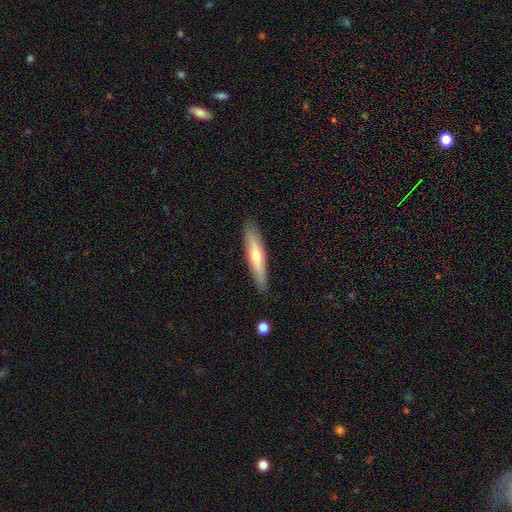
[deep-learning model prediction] smooth 49%, featured or disk 45%, star or artifact 6%. Down the decision tree: merging — none (87%).